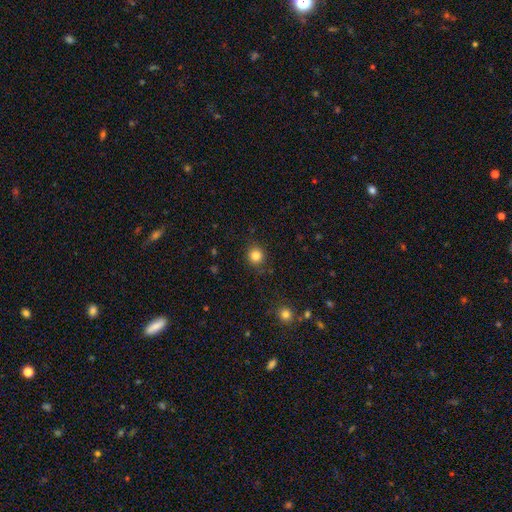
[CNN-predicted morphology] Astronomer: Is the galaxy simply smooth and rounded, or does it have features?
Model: smooth — 83%.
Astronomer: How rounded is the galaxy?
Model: round — 89%.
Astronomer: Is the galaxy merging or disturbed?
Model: none — 88%.